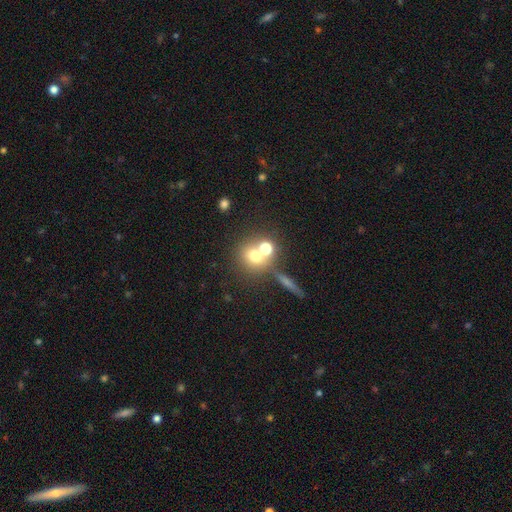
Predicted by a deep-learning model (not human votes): smooth 66%, star or artifact 17%, featured or disk 17%. Down the decision tree: how rounded — round (83%); merging — none (47%).